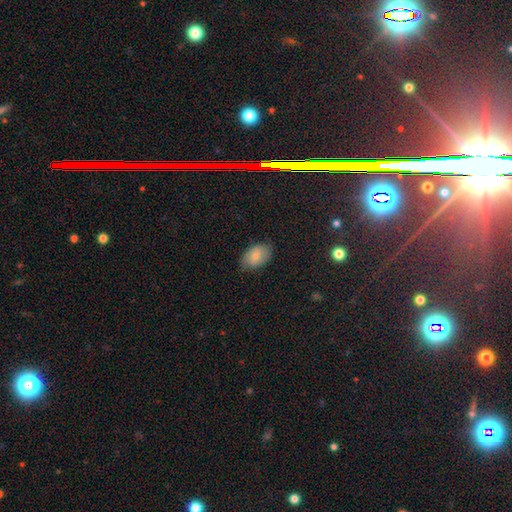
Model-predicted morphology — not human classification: The model was most divided on "smooth or featured": smooth: 70%, featured or disk: 22%, star or artifact: 8%. More confident: how rounded — in between (90%); merging — none (77%).